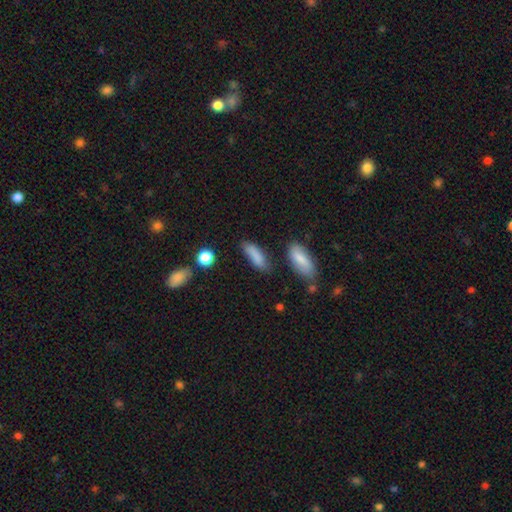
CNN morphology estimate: The model was most divided on "how rounded": in between: 56%, cigar-shaped: 41%, round: 3%. More confident: smooth or featured — smooth (83%); merging — none (63%).